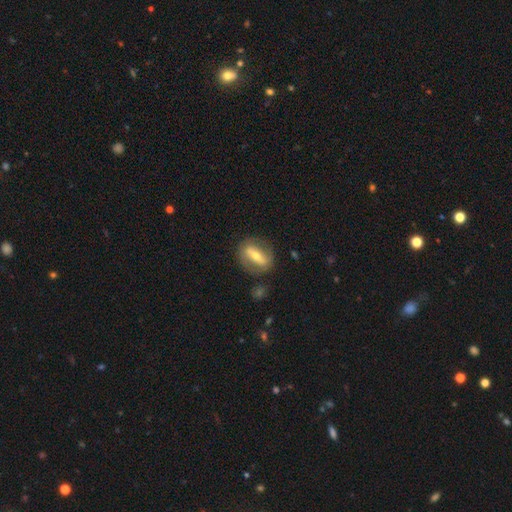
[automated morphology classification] Smooth or featured?
  - featured or disk: 60% *
  - smooth: 32%
  - star or artifact: 7%
Edge-on disk?
  - no: 70% *
  - yes: 30%
Merging?
  - none: 79% *
  - minor disturbance: 13%
  - major disturbance: 5%
  - merger: 2%